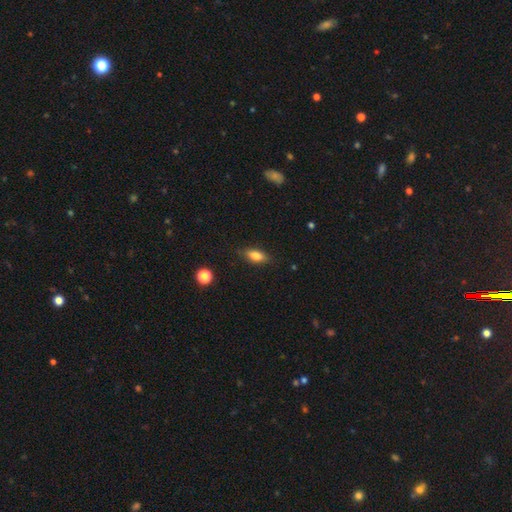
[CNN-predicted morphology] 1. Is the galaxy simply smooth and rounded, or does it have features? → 78% smooth, 14% featured or disk, 8% star or artifact.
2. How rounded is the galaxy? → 77% in between, 19% cigar-shaped, 4% round.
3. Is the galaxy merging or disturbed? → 84% none, 12% minor disturbance, 3% major disturbance, 1% merger.